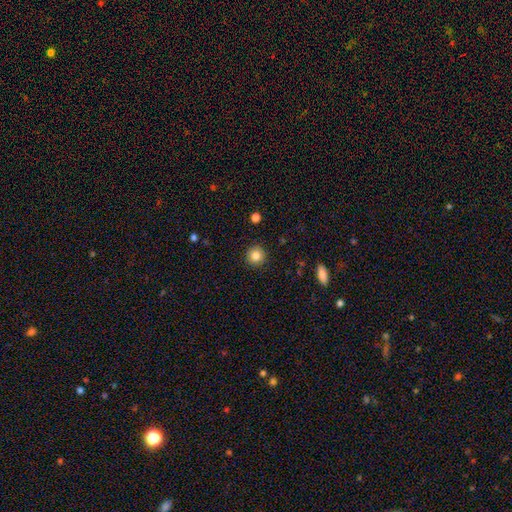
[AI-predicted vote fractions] Morphology: type=smooth (83%); roundness=round (95%); merging=none (92%).